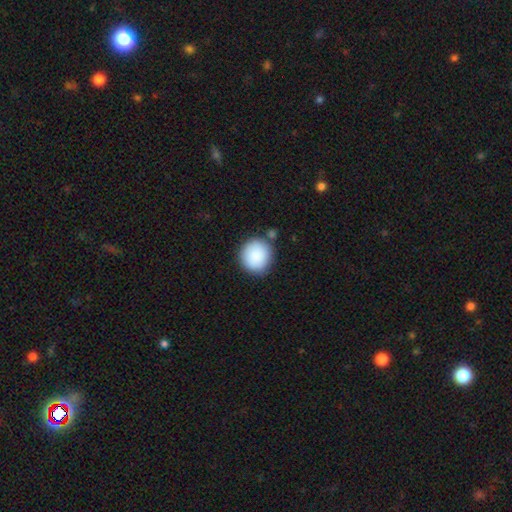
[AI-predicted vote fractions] smooth_or_featured: smooth (p=0.89) [alt: star or artifact p=0.07]
how_rounded: round (p=0.88) [alt: in between p=0.11]
merging: none (p=0.78) [alt: minor disturbance p=0.12]